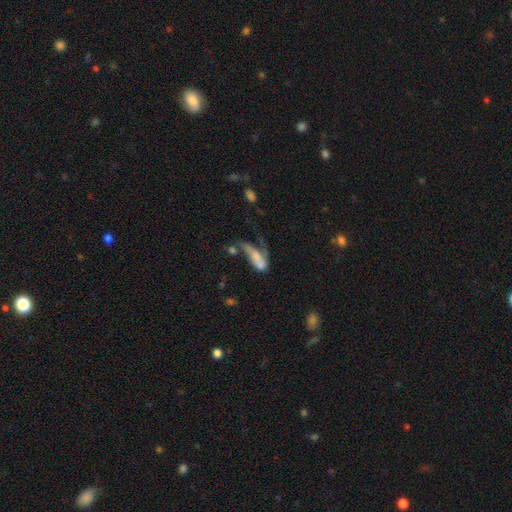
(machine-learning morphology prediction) This is possibly a smooth galaxy (51%). How rounded: possibly in between (59%). Merging: marginally major disturbance (40%).